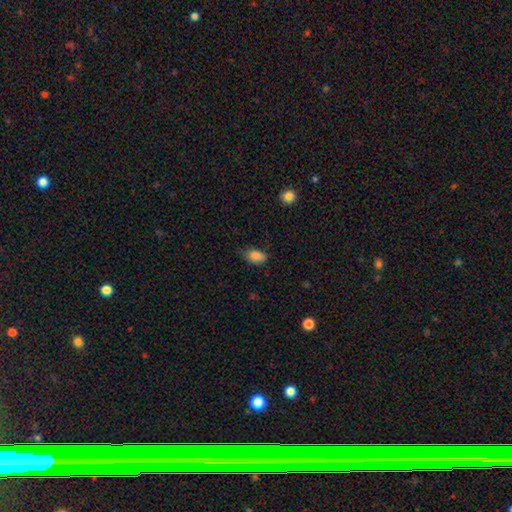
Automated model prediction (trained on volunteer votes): This appears to be a smooth galaxy with no disk features (85%) that is in between round and cigar-shaped (89%). Merging: none (60%).